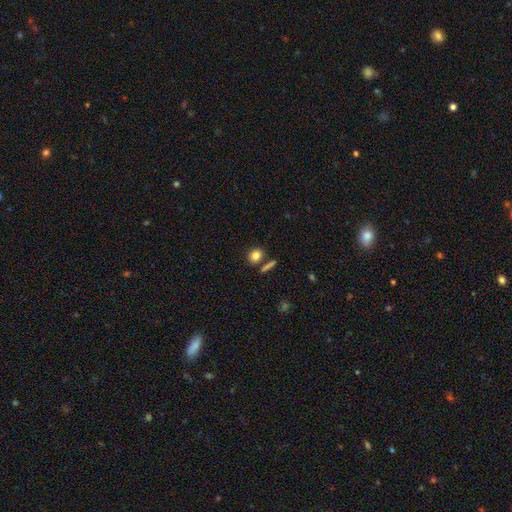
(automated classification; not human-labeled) Morphology: type=smooth (82%); roundness=round (62%); merging=none (75%).